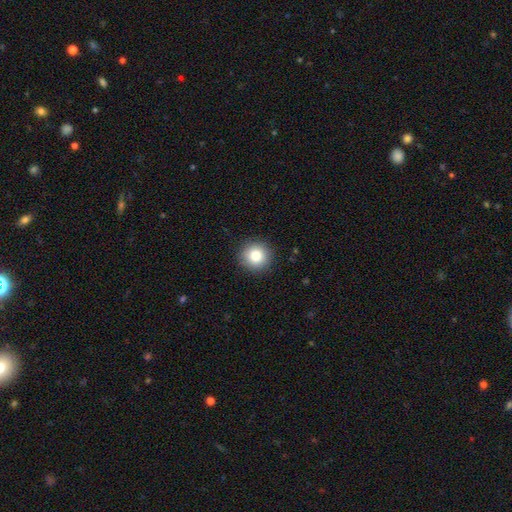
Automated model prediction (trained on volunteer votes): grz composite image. It shows a smooth galaxy with no disk features (82%) that is round (94%). Merging: none (91%).